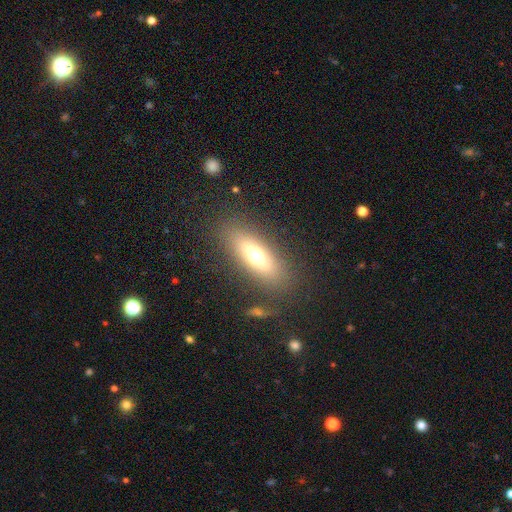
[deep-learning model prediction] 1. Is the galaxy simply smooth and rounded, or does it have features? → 60% smooth, 30% featured or disk, 10% star or artifact.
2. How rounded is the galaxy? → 57% in between, 39% cigar-shaped, 4% round.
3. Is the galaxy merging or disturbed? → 83% none, 10% minor disturbance, 5% major disturbance, 2% merger.